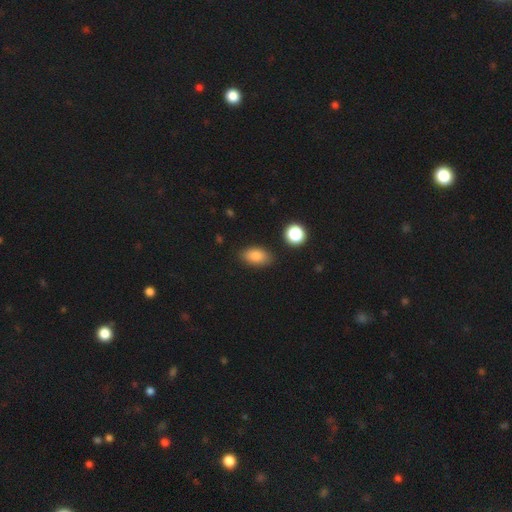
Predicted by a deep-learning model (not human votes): This appears to be a smooth galaxy with no disk features (85%) that is in between round and cigar-shaped (90%). Merging: none (84%).